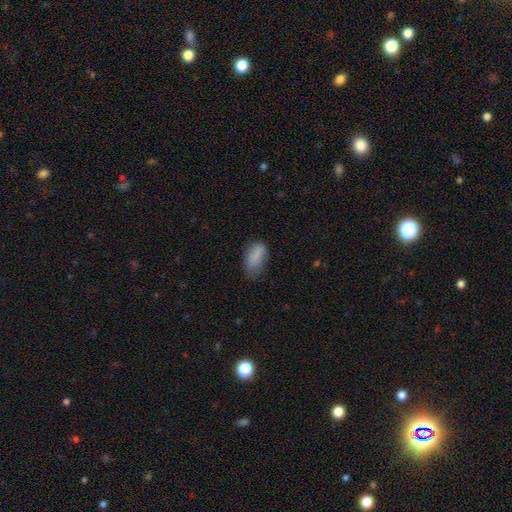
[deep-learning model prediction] Morphology: type=smooth (85%); roundness=in between (91%); merging=none (57%).